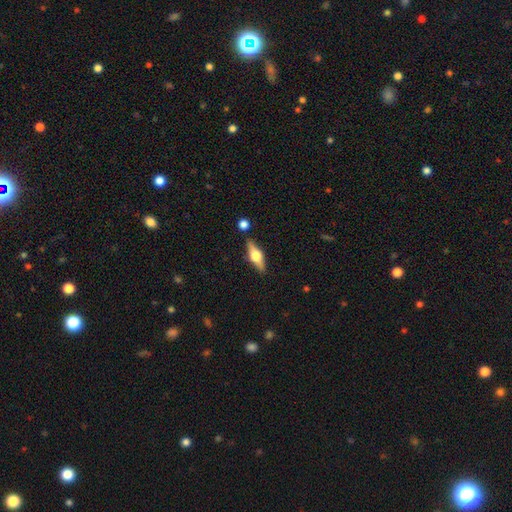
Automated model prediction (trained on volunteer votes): smooth-or-featured: featured or disk: 62% | smooth: 31% | star or artifact: 7%
  disk-edge-on: yes: 94% | no: 6%
    edge-on-bulge: rounded: 94% | boxy: 4% | none: 1%
  merging: none: 83% | minor disturbance: 10% | merger: 4% | major disturbance: 3%